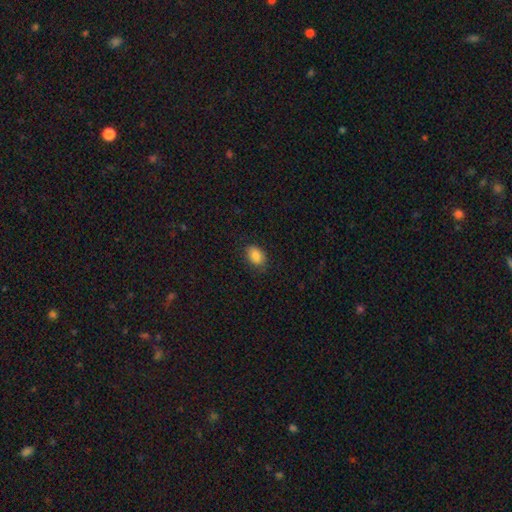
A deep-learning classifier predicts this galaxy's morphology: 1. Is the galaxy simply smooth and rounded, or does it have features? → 84% smooth, 9% star or artifact, 7% featured or disk.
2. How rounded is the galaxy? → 80% in between, 19% round, 1% cigar-shaped.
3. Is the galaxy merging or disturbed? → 81% none, 15% minor disturbance, 3% major disturbance, 1% merger.